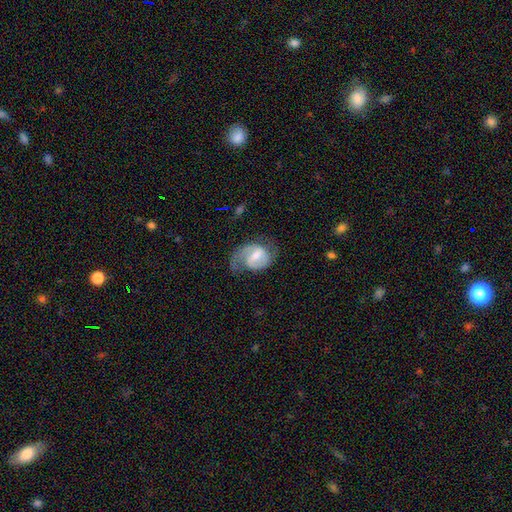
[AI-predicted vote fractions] This appears to be a featured or disk galaxy (77%) with a weak bar (55%), 2 (66%) medium (49%) spiral arms (92%) and a moderate central bulge (51%). Merging: none (50%).